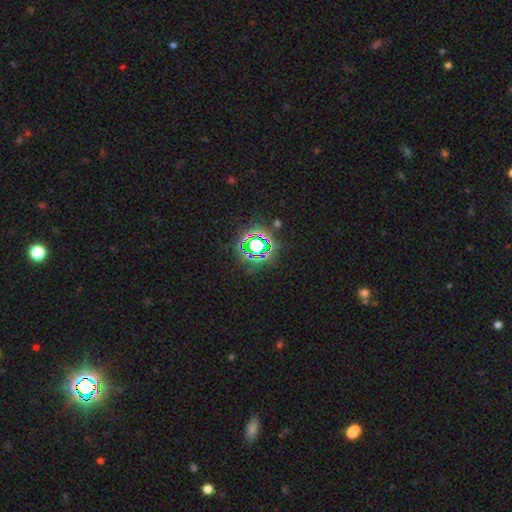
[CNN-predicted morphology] Smooth or featured? Predicted: star or artifact (p=0.76).